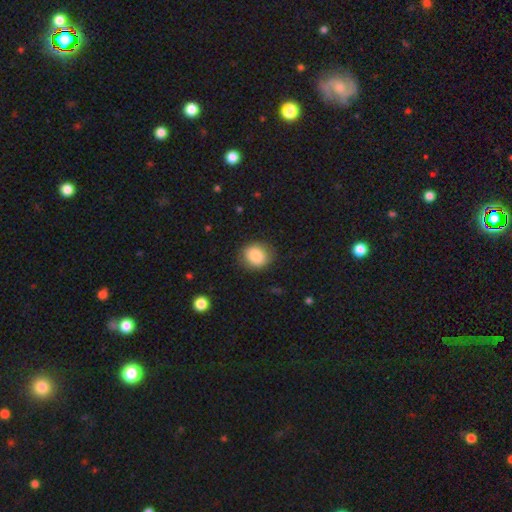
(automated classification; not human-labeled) smooth_or_featured: smooth (p=0.84) [alt: star or artifact p=0.08]
how_rounded: round (p=0.77) [alt: in between p=0.22]
merging: none (p=0.83) [alt: minor disturbance p=0.13]